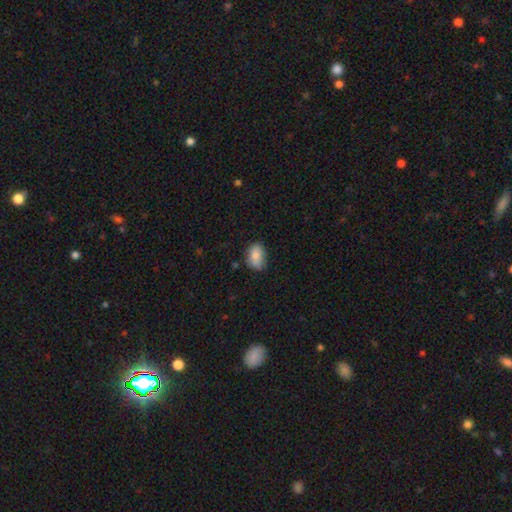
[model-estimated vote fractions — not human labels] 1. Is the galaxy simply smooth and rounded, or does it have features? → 84% smooth, 8% featured or disk, 8% star or artifact.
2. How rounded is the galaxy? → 85% in between, 14% round, 1% cigar-shaped.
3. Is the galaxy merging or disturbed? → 70% none, 24% minor disturbance, 4% major disturbance, 2% merger.